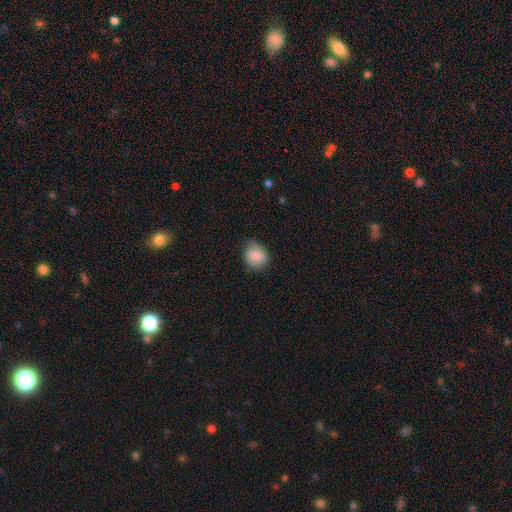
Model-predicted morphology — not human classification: Overall: smooth (76%). How rounded: in between (50%; round 49%). Merging: none (57%; minor disturbance 31%).